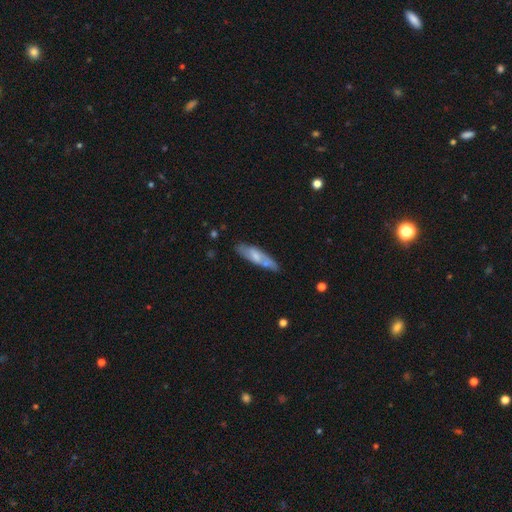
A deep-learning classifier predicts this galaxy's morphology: Smooth or featured? smooth (59%)
How rounded? cigar-shaped (64%)
Merging? none (67%)